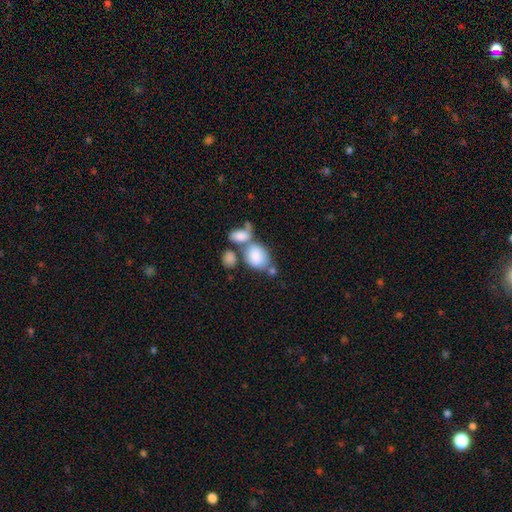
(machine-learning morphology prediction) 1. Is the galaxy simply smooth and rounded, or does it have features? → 80% smooth, 13% featured or disk, 7% star or artifact.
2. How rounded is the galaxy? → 70% in between, 29% round, 2% cigar-shaped.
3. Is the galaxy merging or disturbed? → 54% merger, 26% none, 11% minor disturbance, 8% major disturbance.